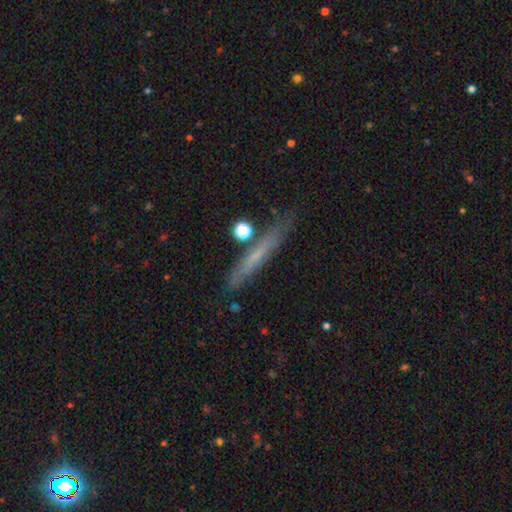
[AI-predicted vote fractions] Morphology: type=smooth (48%); merging=none (75%).